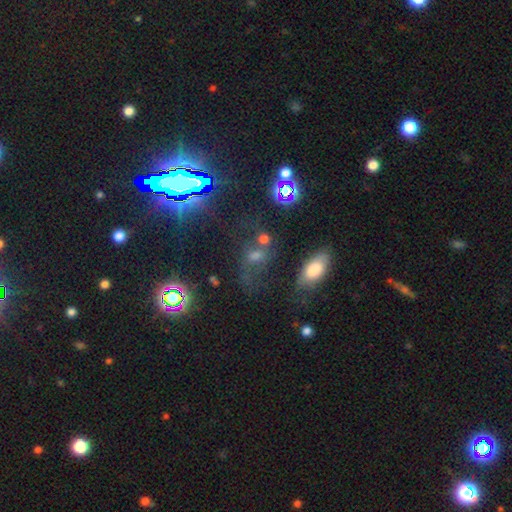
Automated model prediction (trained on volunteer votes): The model was most divided on "smooth or featured": star or artifact: 41%, smooth: 37%, featured or disk: 22%.